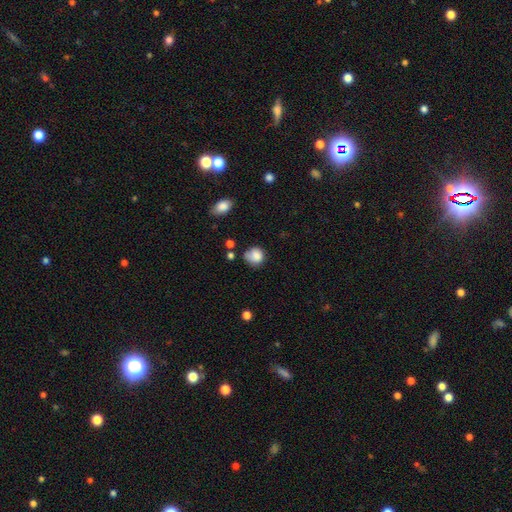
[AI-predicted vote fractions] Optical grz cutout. It shows a smooth galaxy with no disk features (82%) that is round (74%). Merging: none (53%).